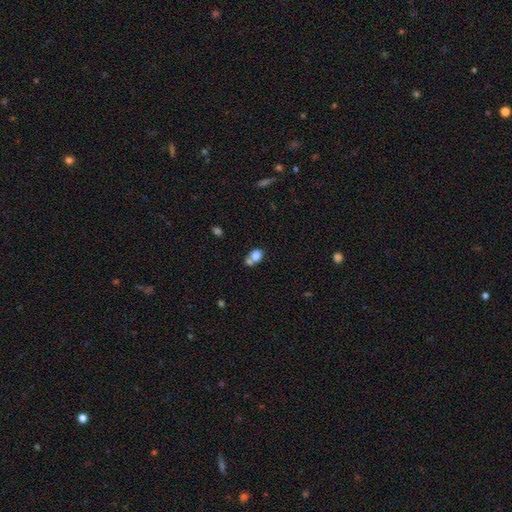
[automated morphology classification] This appears to be a smooth galaxy with no disk features (78%) that is in between round and cigar-shaped (62%). Merging: merger (50%).